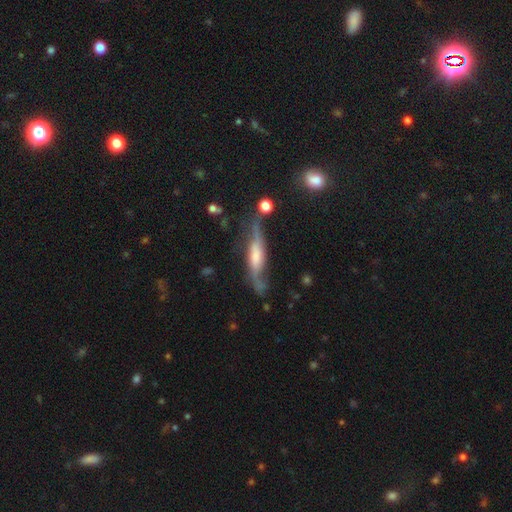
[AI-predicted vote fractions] Q: Smooth or featured?
A: featured or disk (70%); runner-up: smooth (23%)
Q: Edge-on disk?
A: yes (61%); runner-up: no (39%)
Q: Merging?
A: none (55%); runner-up: minor disturbance (25%)